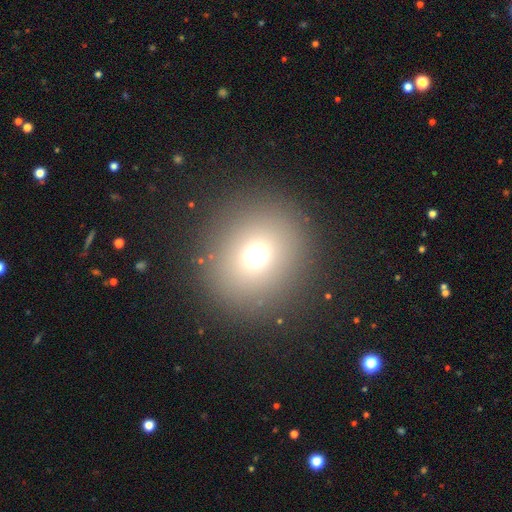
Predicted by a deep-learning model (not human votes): Overall: smooth (70%). How rounded: round (84%). Merging: none (88%).